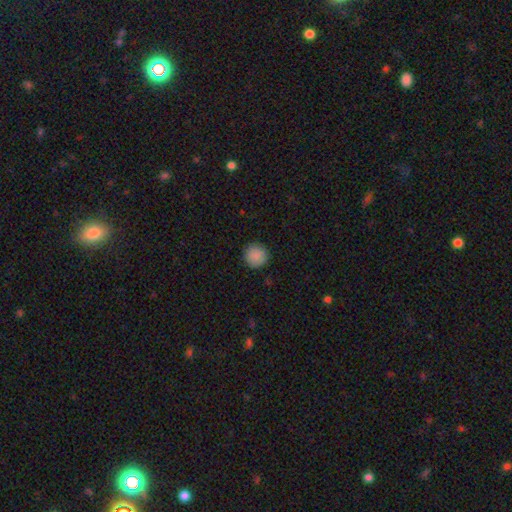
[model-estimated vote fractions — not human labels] smooth-or-featured: smooth: 89% | star or artifact: 8% | featured or disk: 3%
  how-rounded: round: 95% | in between: 4% | cigar-shaped: 1%
  merging: none: 91% | minor disturbance: 6% | major disturbance: 2% | merger: 1%